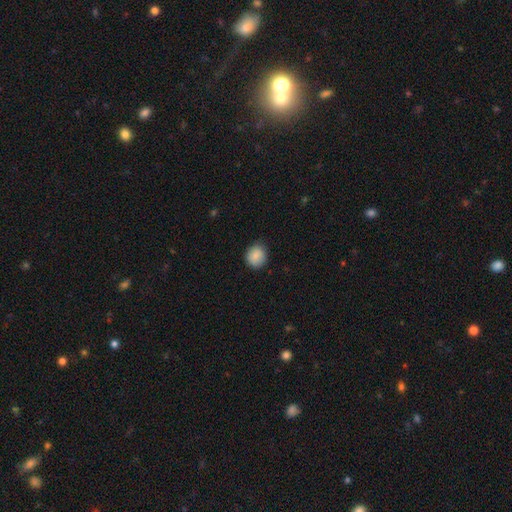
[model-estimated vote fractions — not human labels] Morphology: type=smooth (86%); roundness=round (79%); merging=none (78%).